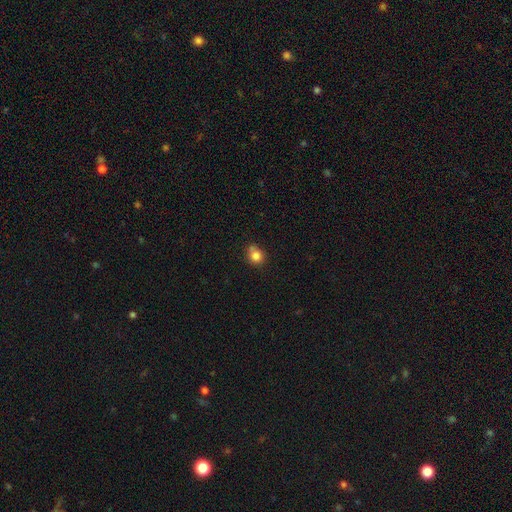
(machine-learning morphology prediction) A smooth galaxy with no disk features (82%) that is round (75%).

Vote fractions:
- Smooth or featured? smooth: 82% / star or artifact: 11% / featured or disk: 7%
- How rounded? round: 75% / in between: 24% / cigar-shaped: 1%
- Merging? none: 60% / minor disturbance: 21% / merger: 14% / major disturbance: 5%